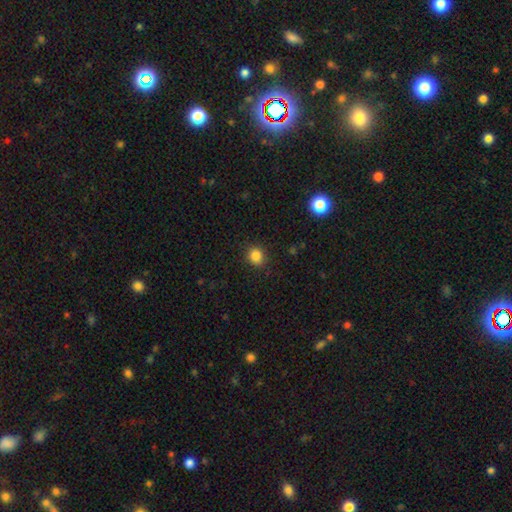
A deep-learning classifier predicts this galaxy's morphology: This appears to be a smooth galaxy with no disk features (85%) that is round (76%). Merging: none (88%).